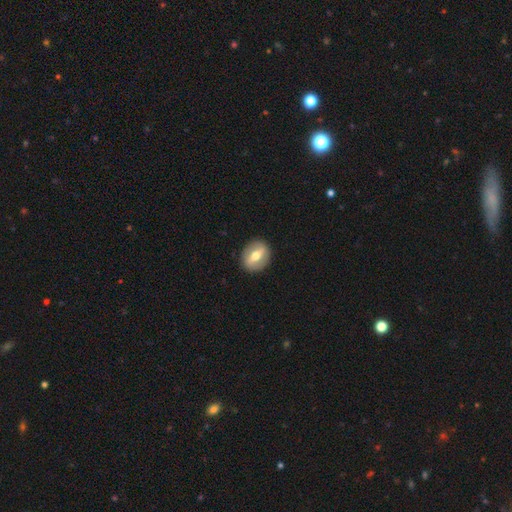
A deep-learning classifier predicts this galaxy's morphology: Q: Smooth or featured?
A: featured or disk (55%); runner-up: smooth (39%)
Q: Edge-on disk?
A: no (82%); runner-up: yes (18%)
Q: Merging?
A: none (89%); runner-up: minor disturbance (7%)